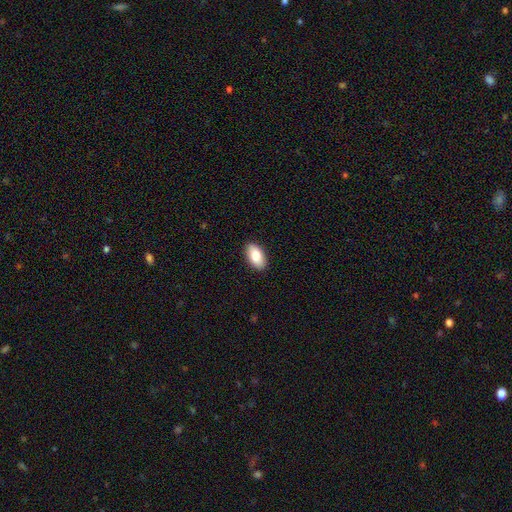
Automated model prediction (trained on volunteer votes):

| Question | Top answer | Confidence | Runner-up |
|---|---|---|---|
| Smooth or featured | smooth | 83% | featured or disk (11%) |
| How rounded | in between | 94% | round (4%) |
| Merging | none | 90% | minor disturbance (7%) |